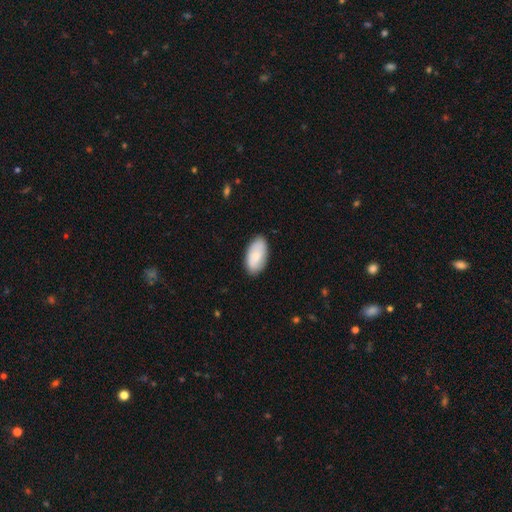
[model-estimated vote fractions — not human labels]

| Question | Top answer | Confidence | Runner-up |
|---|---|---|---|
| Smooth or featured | smooth | 80% | featured or disk (14%) |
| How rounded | in between | 95% | cigar-shaped (2%) |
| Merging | none | 83% | minor disturbance (14%) |